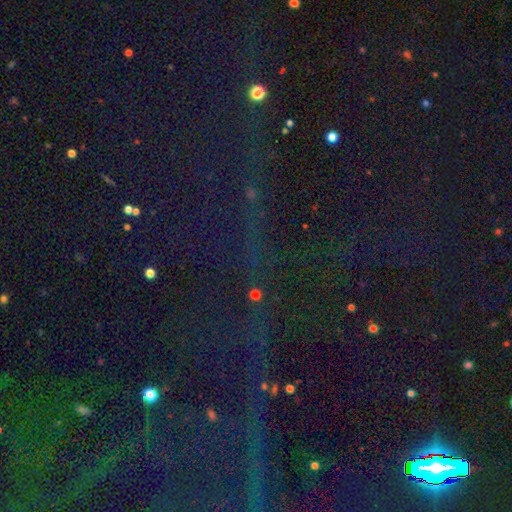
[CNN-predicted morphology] type=star or artifact (79%).